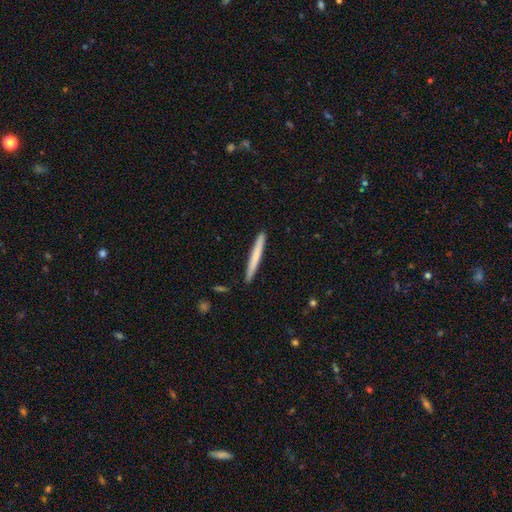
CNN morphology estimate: The model was most divided on "smooth or featured": smooth: 67%, featured or disk: 28%, star or artifact: 5%. More confident: how rounded — cigar-shaped (97%); merging — none (91%).